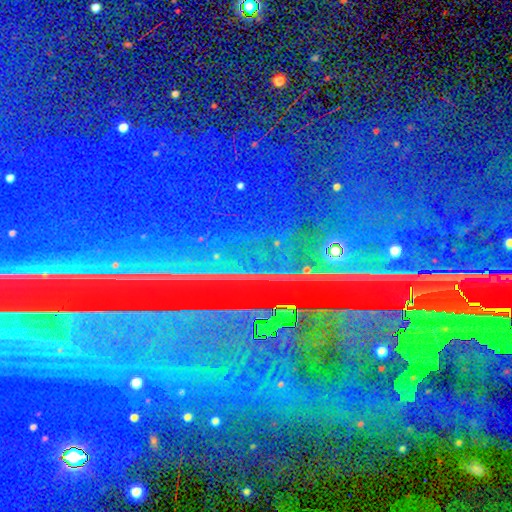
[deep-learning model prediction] Smooth or featured?
  - star or artifact: 82% *
  - featured or disk: 11%
  - smooth: 7%